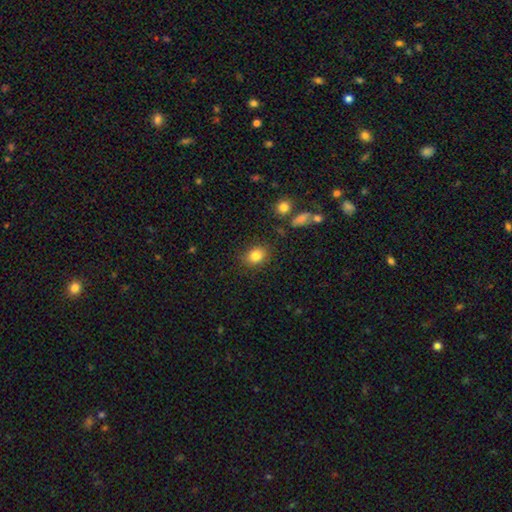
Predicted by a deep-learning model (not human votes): This is clearly a smooth galaxy (83%). How rounded: possibly round (52%). Merging: clearly none (83%).